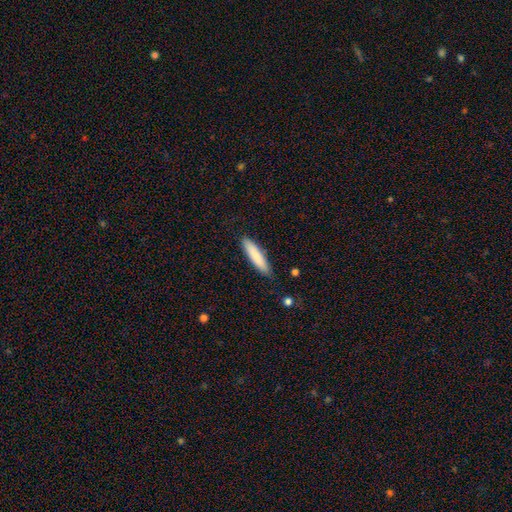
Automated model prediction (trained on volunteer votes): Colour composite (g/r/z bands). It shows a smooth galaxy with no disk features (83%) that is cigar-shaped (79%). Merging: none (86%).